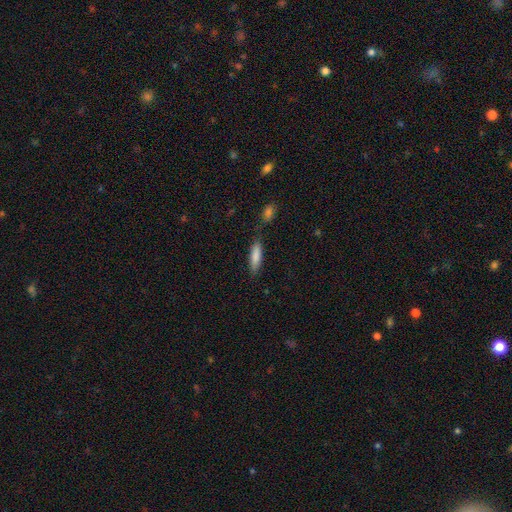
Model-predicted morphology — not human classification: This is clearly a smooth galaxy (84%). How rounded: likely cigar-shaped (61%). Merging: likely none (68%).